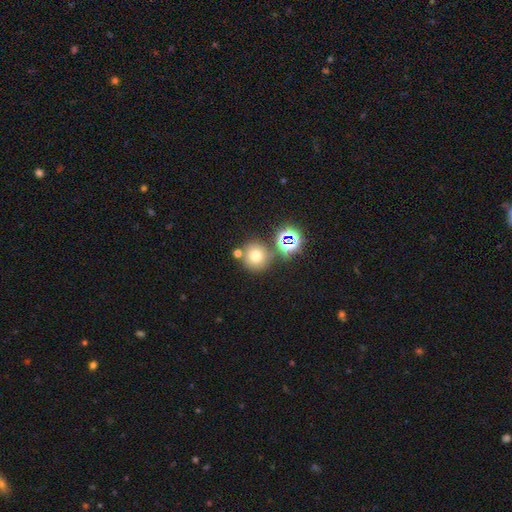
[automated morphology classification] A smooth galaxy with no disk features (67%) that is round (92%).

Vote fractions:
- Smooth or featured? smooth: 67% / star or artifact: 22% / featured or disk: 11%
- How rounded? round: 92% / in between: 7% / cigar-shaped: 1%
- Merging? none: 71% / merger: 16% / minor disturbance: 9% / major disturbance: 4%